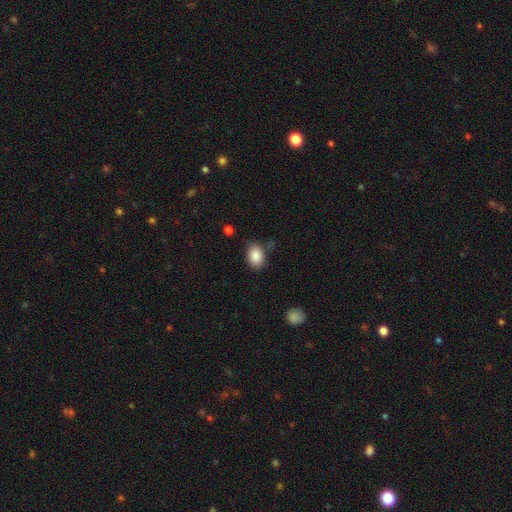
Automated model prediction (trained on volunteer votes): Smooth or featured?
  - smooth: 86% *
  - star or artifact: 8%
  - featured or disk: 6%
How rounded?
  - in between: 77% *
  - round: 22%
  - cigar-shaped: 1%
Merging?
  - none: 77% *
  - minor disturbance: 16%
  - major disturbance: 4%
  - merger: 3%